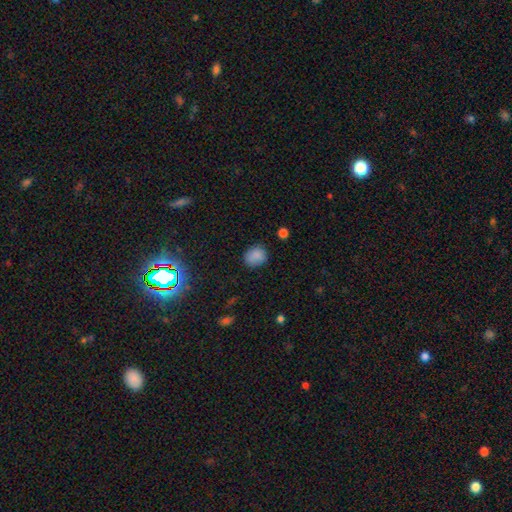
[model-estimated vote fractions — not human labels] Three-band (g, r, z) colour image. It shows a smooth galaxy with no disk features (85%) that is round (57%). Merging: none (79%).